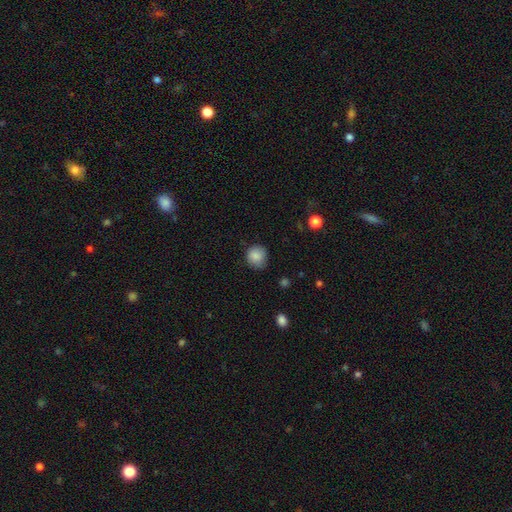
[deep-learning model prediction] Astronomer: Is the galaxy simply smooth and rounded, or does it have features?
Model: smooth — 86%.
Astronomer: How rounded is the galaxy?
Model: round — 86%.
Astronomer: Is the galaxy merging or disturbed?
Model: none — 73%.